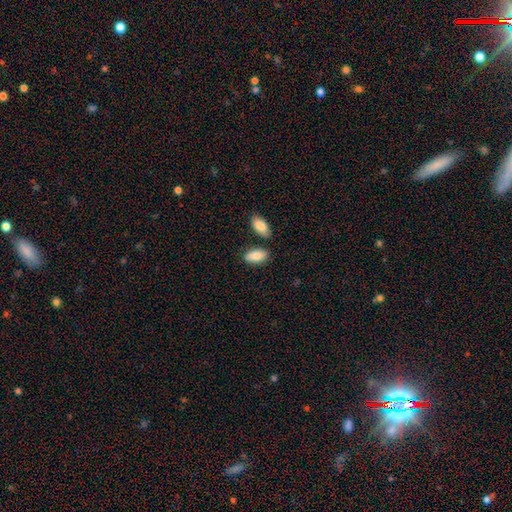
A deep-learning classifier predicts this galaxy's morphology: Smooth or featured?
  - smooth: 87% *
  - featured or disk: 7%
  - star or artifact: 6%
How rounded?
  - in between: 93% *
  - cigar-shaped: 5%
  - round: 3%
Merging?
  - none: 72% *
  - minor disturbance: 14%
  - merger: 11%
  - major disturbance: 3%